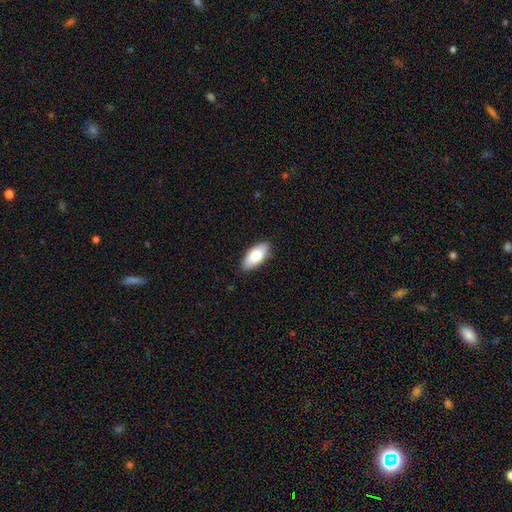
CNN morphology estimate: smooth_or_featured: smooth (p=0.77) [alt: featured or disk p=0.17]
how_rounded: in between (p=0.89) [alt: cigar-shaped p=0.09]
merging: none (p=0.87) [alt: minor disturbance p=0.10]